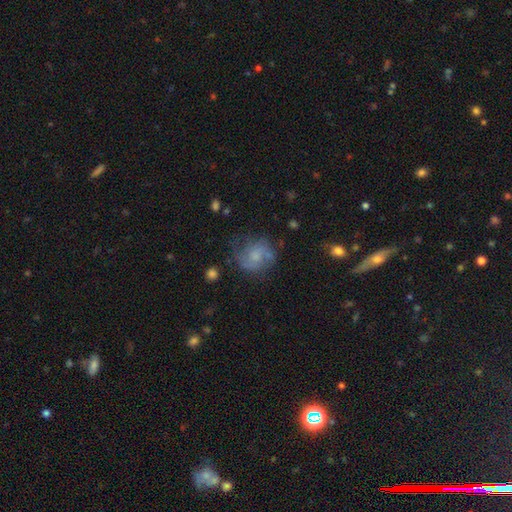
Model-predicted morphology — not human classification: Smooth or featured?
  - featured or disk: 47% *
  - smooth: 42%
  - star or artifact: 11%
Merging?
  - none: 61% *
  - minor disturbance: 22%
  - major disturbance: 14%
  - merger: 3%